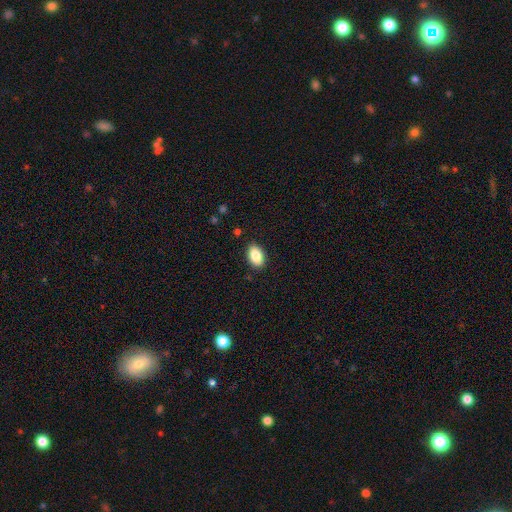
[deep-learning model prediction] Smooth or featured: smooth — 86% (star or artifact — 7%)
How rounded: in between — 90% (round — 8%)
Merging: none — 88% (minor disturbance — 9%)